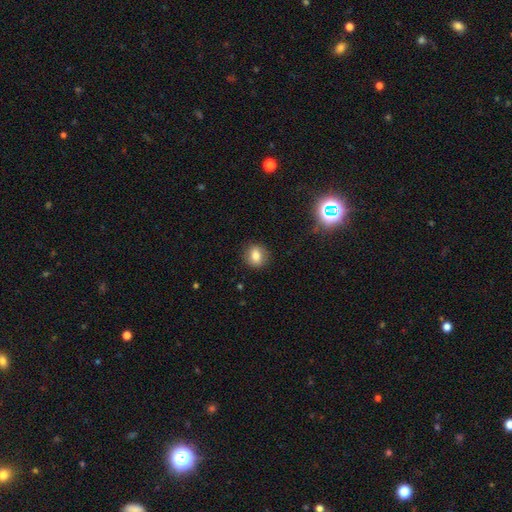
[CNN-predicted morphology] This is likely a smooth galaxy (78%). How rounded: likely round (68%). Merging: clearly none (88%).